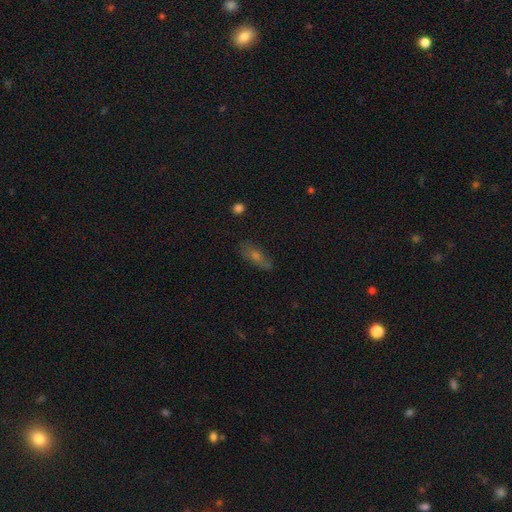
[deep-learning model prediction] Overall: smooth (49%; featured or disk 32%). Merging: none (75%).